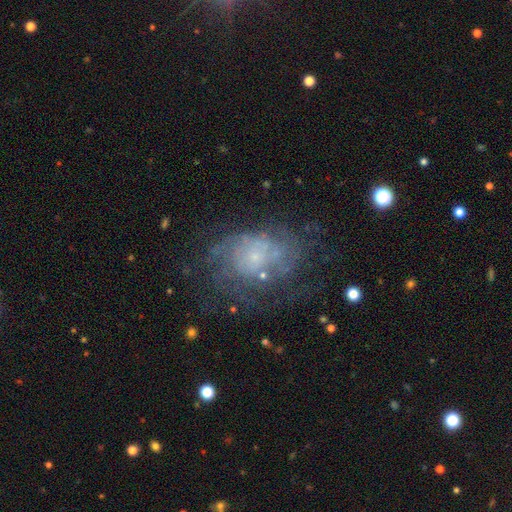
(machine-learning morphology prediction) Smooth or featured: featured or disk — 67% (smooth — 22%)
Edge-on disk: no — 97% (yes — 3%)
Bar: no — 83% (weak — 15%)
Spiral arms: yes — 71% (no — 29%)
Bulge size: small — 72% (none — 12%)
Merging: none — 55% (minor disturbance — 21%)